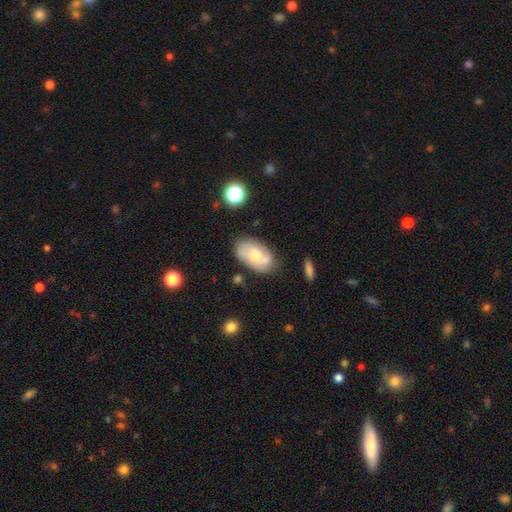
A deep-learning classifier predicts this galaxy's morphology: This is possibly a smooth galaxy (51%). How rounded: clearly in between (92%). Merging: likely none (67%).